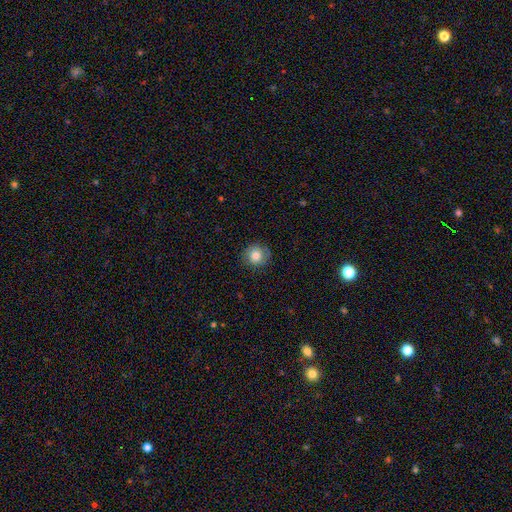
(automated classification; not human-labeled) This is likely a smooth galaxy (78%). How rounded: clearly round (92%). Merging: clearly none (82%).